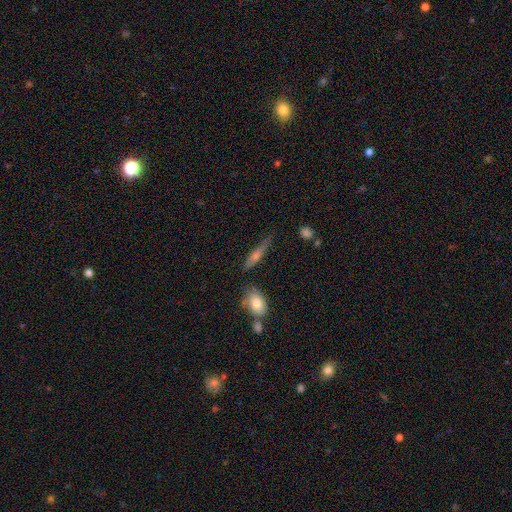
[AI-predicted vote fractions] smooth 49%, featured or disk 42%, star or artifact 9%. Down the decision tree: merging — none (63%).